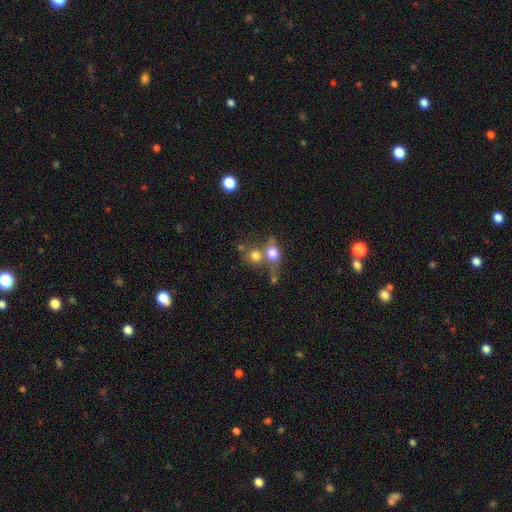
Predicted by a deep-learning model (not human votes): A smooth galaxy with no disk features (73%) that is round (77%).

Vote fractions:
- Smooth or featured? smooth: 73% / featured or disk: 14% / star or artifact: 13%
- How rounded? round: 77% / in between: 21% / cigar-shaped: 2%
- Merging? merger: 50% / none: 35% / minor disturbance: 8% / major disturbance: 7%